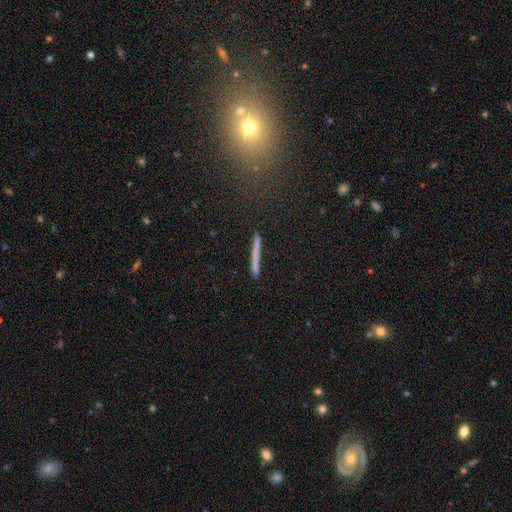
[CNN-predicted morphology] type=smooth (60%); roundness=cigar-shaped (95%); merging=none (88%).